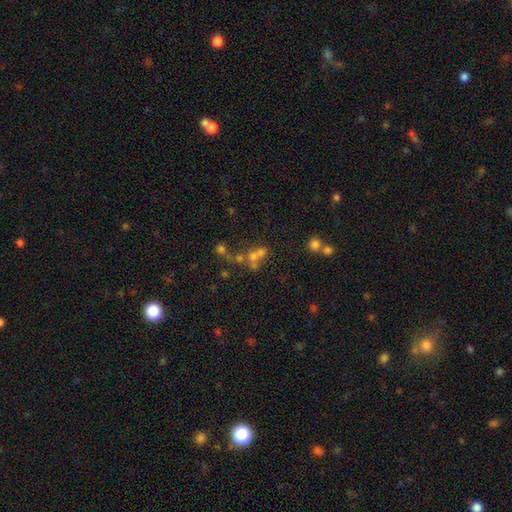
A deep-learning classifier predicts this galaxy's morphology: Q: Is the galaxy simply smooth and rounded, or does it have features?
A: smooth — 51%.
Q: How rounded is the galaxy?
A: round — 58%.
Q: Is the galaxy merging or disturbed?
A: merger — 51%.